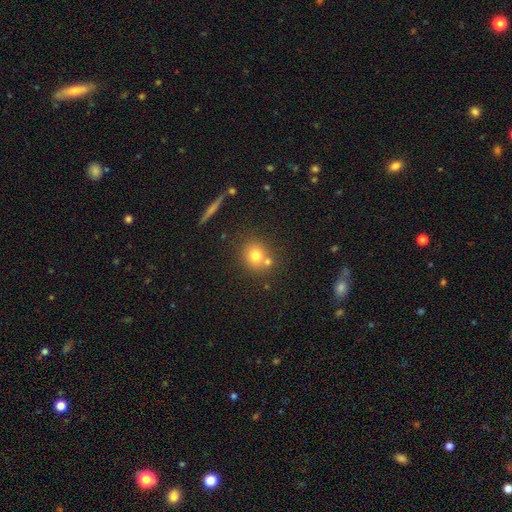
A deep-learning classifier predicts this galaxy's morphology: Smooth or featured? Predicted: smooth (p=0.75). How rounded? Predicted: round (p=0.82). Merging? Predicted: none (p=0.61).